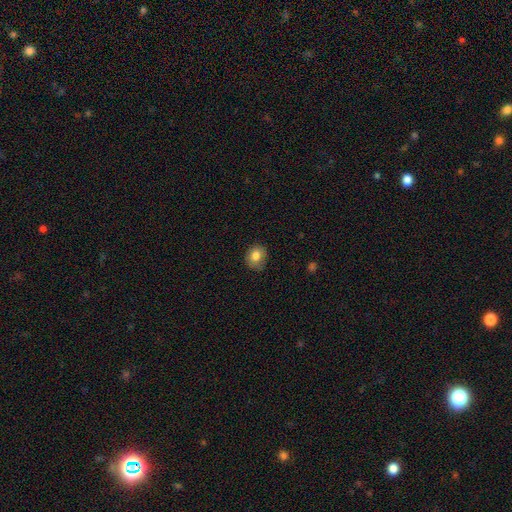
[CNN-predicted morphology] This is clearly a smooth galaxy (82%). How rounded: likely round (64%). Merging: likely none (75%).